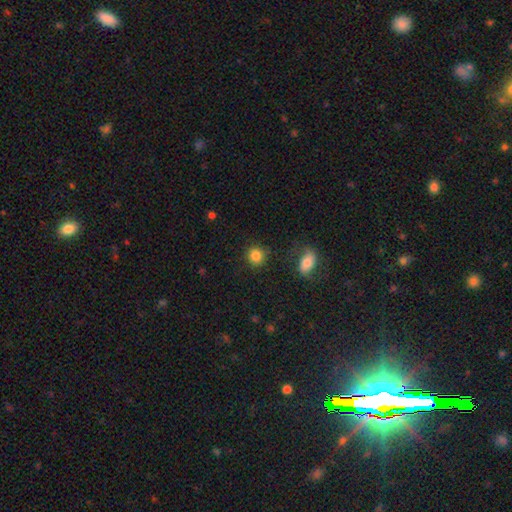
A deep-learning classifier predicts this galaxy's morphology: Smooth or featured? smooth (85%)
How rounded? round (88%)
Merging? none (84%)